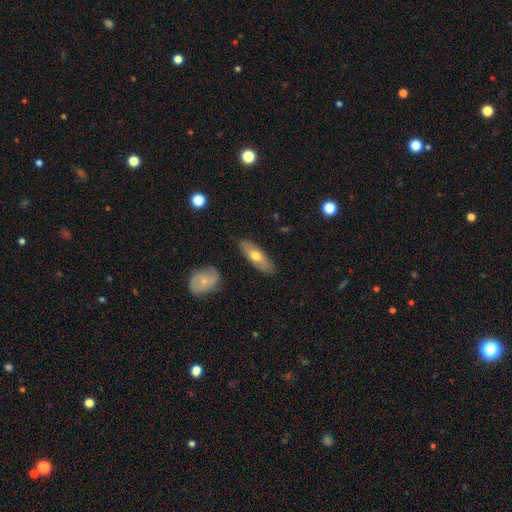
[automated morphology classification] type=smooth (57%); roundness=in between (60%); merging=none (84%).